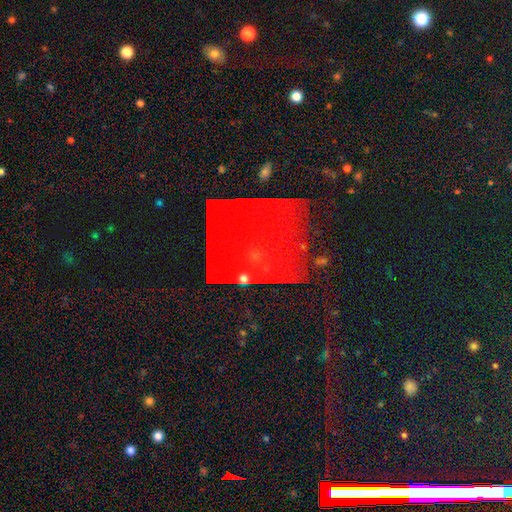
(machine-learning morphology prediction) Smooth or featured? Predicted: star or artifact (p=0.51).